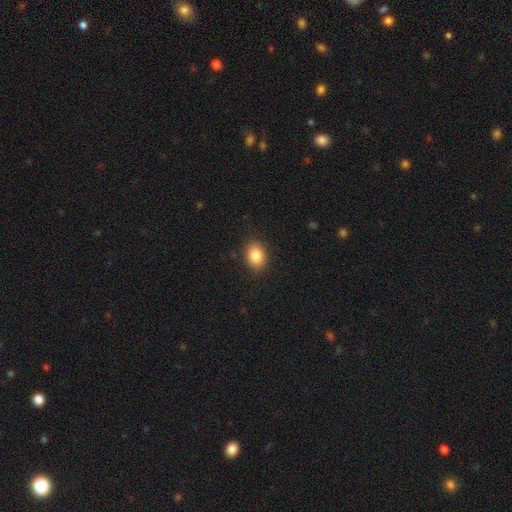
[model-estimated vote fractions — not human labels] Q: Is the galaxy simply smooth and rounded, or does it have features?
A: smooth — 85%.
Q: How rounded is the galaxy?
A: in between — 65%.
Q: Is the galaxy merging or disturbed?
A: none — 88%.